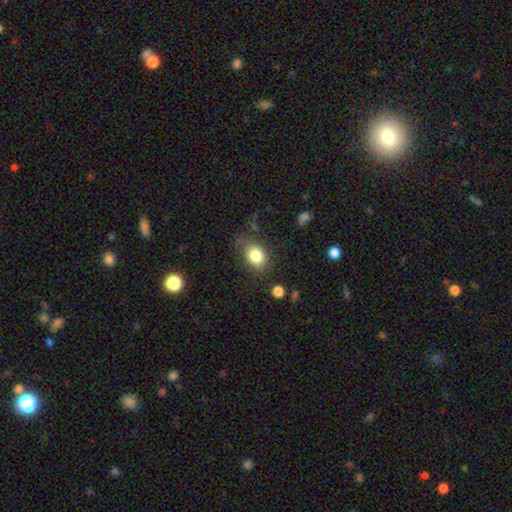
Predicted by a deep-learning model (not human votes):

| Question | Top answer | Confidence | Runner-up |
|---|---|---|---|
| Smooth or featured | smooth | 82% | star or artifact (9%) |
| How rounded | in between | 63% | round (36%) |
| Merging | none | 67% | minor disturbance (22%) |